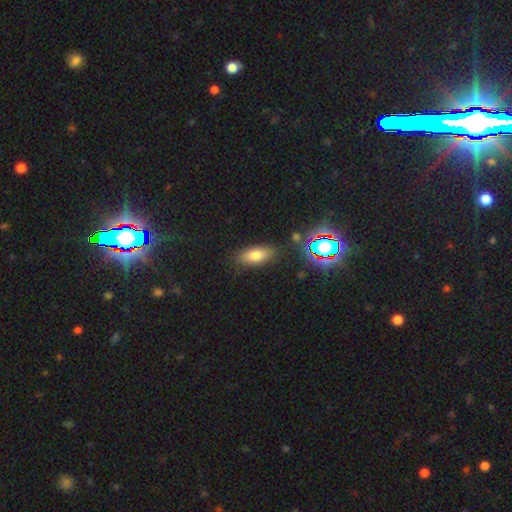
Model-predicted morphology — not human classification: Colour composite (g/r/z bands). It shows a smooth galaxy with no disk features (71%) that is in between round and cigar-shaped (77%). Merging: none (83%).